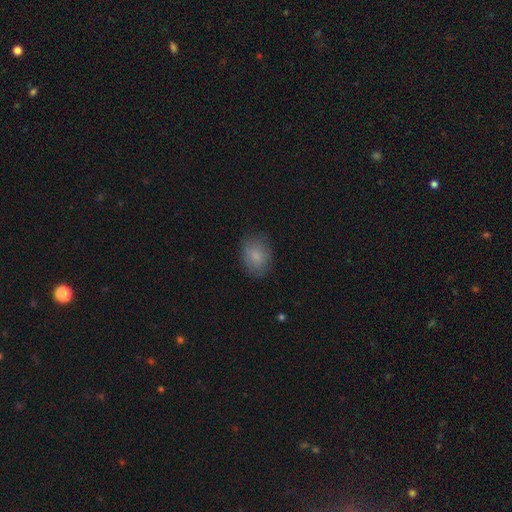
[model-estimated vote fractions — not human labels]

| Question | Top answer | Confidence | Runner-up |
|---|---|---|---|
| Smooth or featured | smooth | 81% | featured or disk (12%) |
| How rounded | in between | 74% | round (25%) |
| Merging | none | 78% | minor disturbance (16%) |